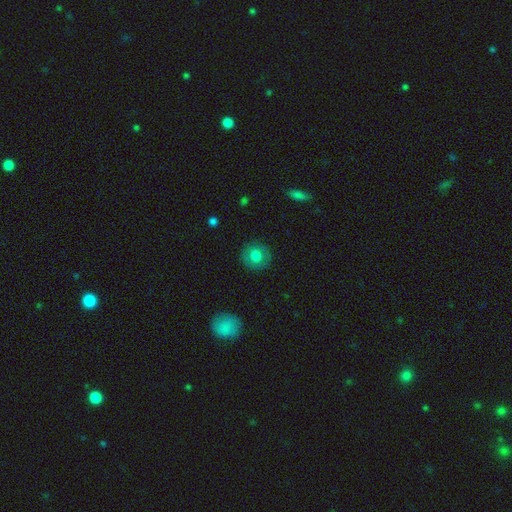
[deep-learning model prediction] Q: Smooth or featured?
A: smooth (75%); runner-up: featured or disk (17%)
Q: How rounded?
A: round (89%); runner-up: in between (10%)
Q: Merging?
A: none (88%); runner-up: minor disturbance (8%)